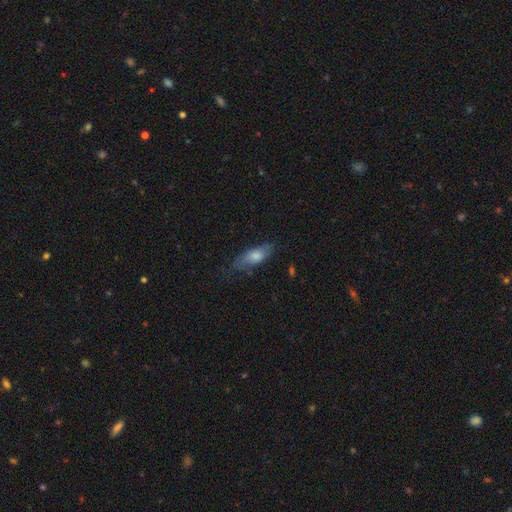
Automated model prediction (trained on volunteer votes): smooth 65%, featured or disk 28%, star or artifact 8%. Down the decision tree: how rounded — in between (64%); merging — none (60%).